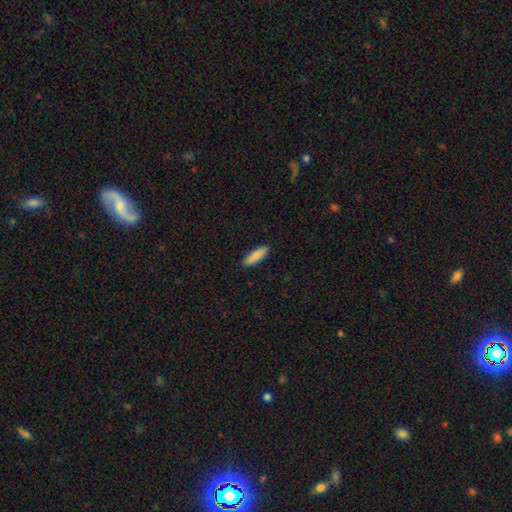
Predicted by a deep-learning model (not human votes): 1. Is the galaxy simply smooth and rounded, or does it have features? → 88% smooth, 6% featured or disk, 6% star or artifact.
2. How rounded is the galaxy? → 53% cigar-shaped, 45% in between, 2% round.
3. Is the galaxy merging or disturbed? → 90% none, 7% minor disturbance, 2% major disturbance, 1% merger.